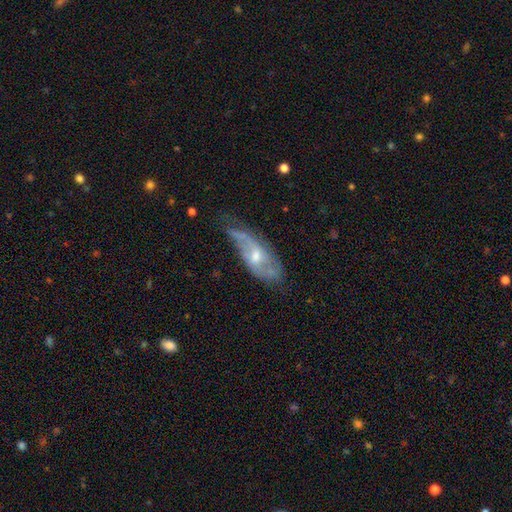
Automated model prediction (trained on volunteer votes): This is likely a featured or disk galaxy (73%). It is clearly not viewed edge-on (85%). Bar: possibly no (54%). Spiral arm pattern: clearly yes (84%). Spiral arm count: likely 2 (64%). Spiral winding: marginally loose (42%). Central bulge: possibly moderate (57%). Merging: possibly none (52%).